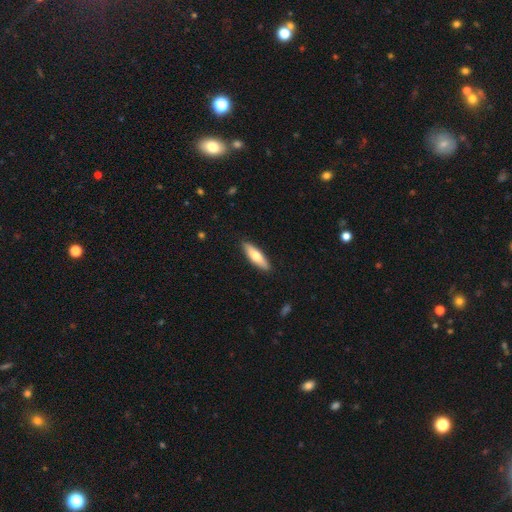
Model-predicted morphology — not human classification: A smooth galaxy with no disk features (66%) that is cigar-shaped (60%). Merging: none (89%).